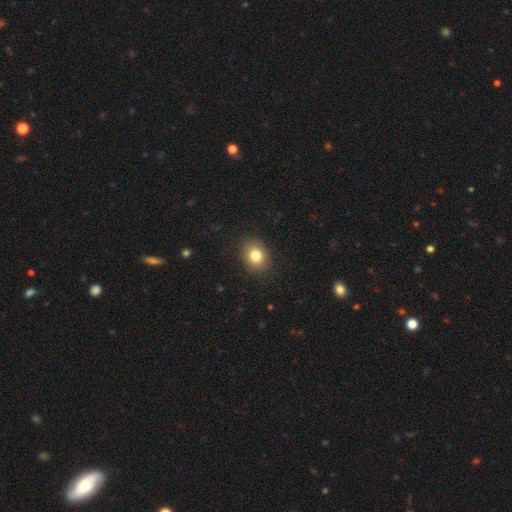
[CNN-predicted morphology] Smooth or featured?
  - smooth: 81% *
  - star or artifact: 11%
  - featured or disk: 8%
How rounded?
  - round: 56% *
  - in between: 44%
  - cigar-shaped: 1%
Merging?
  - none: 89% *
  - minor disturbance: 8%
  - major disturbance: 2%
  - merger: 1%